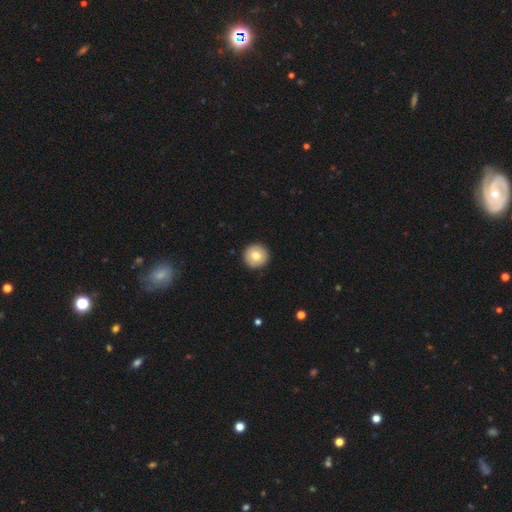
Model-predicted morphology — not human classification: smooth-or-featured: smooth: 76% | featured or disk: 16% | star or artifact: 8%
  how-rounded: round: 97% | in between: 2% | cigar-shaped: 1%
  merging: none: 94% | minor disturbance: 4% | major disturbance: 1% | merger: 1%